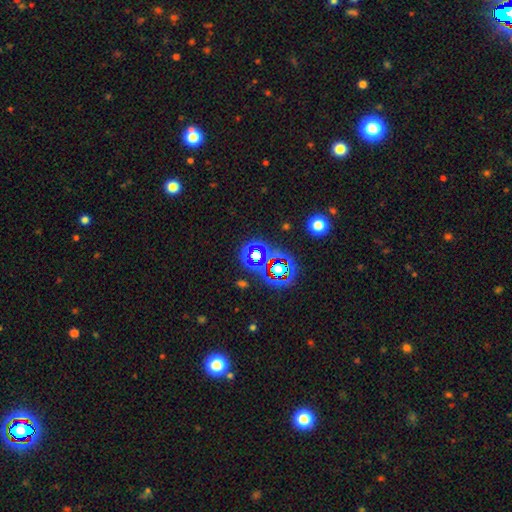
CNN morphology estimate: smooth_or_featured: star or artifact (p=0.69) [alt: smooth p=0.20]